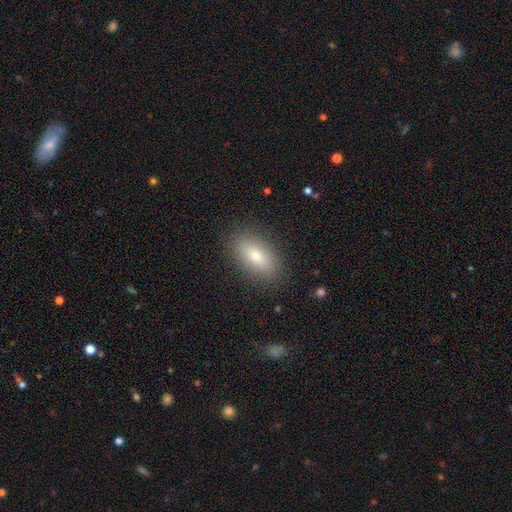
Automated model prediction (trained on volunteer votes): This appears to be a smooth galaxy with no disk features (77%) that is in between round and cigar-shaped (88%). Merging: none (87%).